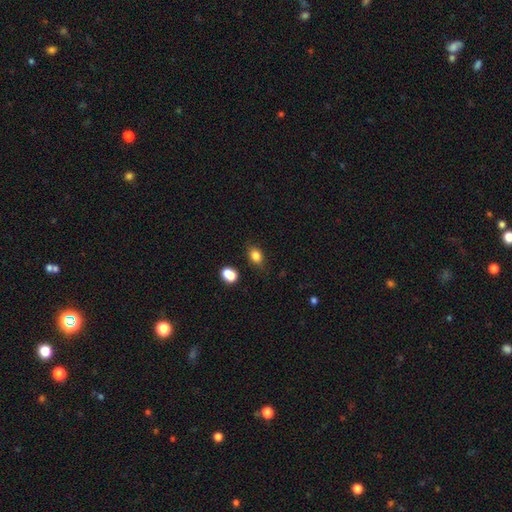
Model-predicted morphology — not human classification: Smooth or featured: smooth — 83% (star or artifact — 11%)
How rounded: in between — 68% (round — 30%)
Merging: none — 77% (minor disturbance — 15%)